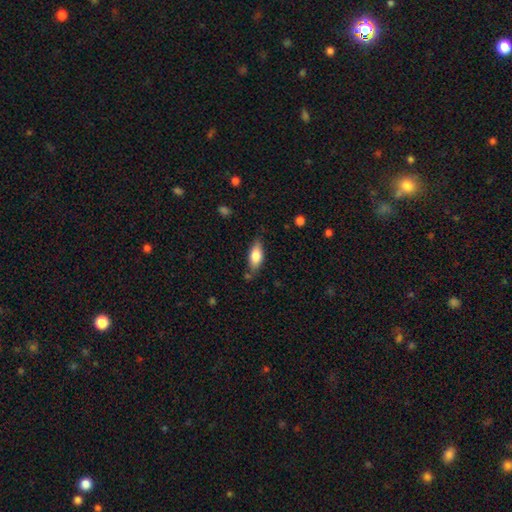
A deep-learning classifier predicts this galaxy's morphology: A smooth galaxy with no disk features (77%) that is in between round and cigar-shaped (81%). Merging: none (74%).